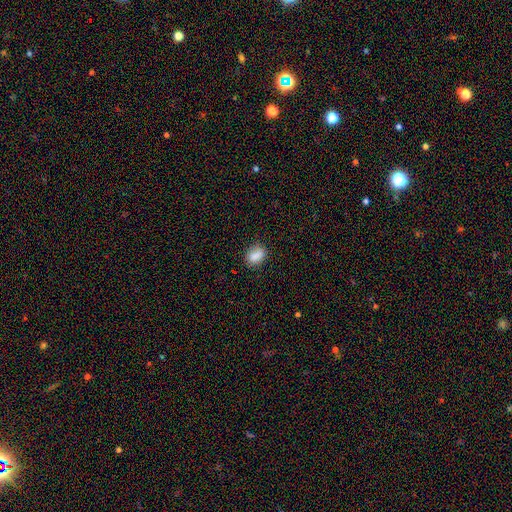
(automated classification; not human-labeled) Overall: smooth (85%). How rounded: in between (71%). Merging: none (79%).